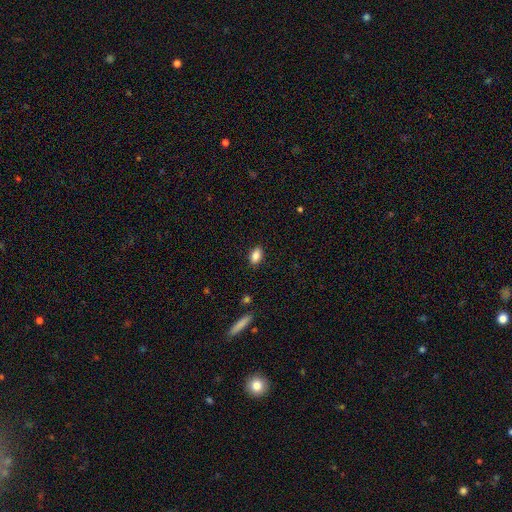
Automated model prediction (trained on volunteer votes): Q: Smooth or featured?
A: smooth (87%); runner-up: star or artifact (8%)
Q: How rounded?
A: in between (89%); runner-up: round (8%)
Q: Merging?
A: none (88%); runner-up: minor disturbance (9%)